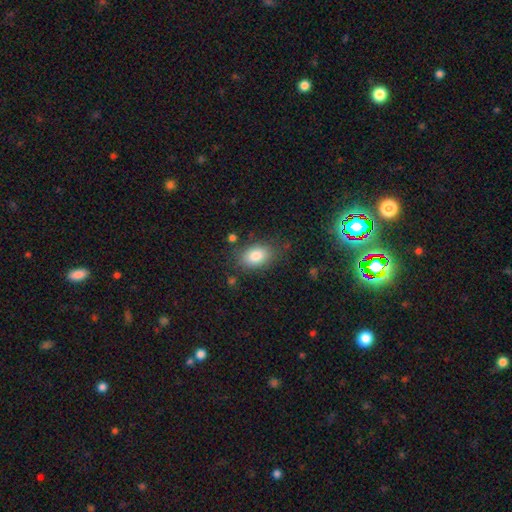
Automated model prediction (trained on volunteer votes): A smooth galaxy with no disk features (83%) that is in between round and cigar-shaped (85%).

Vote fractions:
- Smooth or featured? smooth: 83% / featured or disk: 9% / star or artifact: 8%
- How rounded? in between: 85% / round: 13% / cigar-shaped: 1%
- Merging? none: 75% / minor disturbance: 16% / major disturbance: 5% / merger: 3%